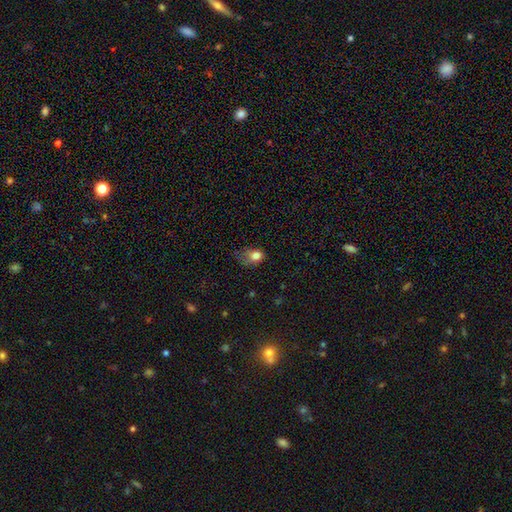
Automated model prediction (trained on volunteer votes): A smooth galaxy with no disk features (78%) that is in between round and cigar-shaped (62%). Merging: minor disturbance (37%).